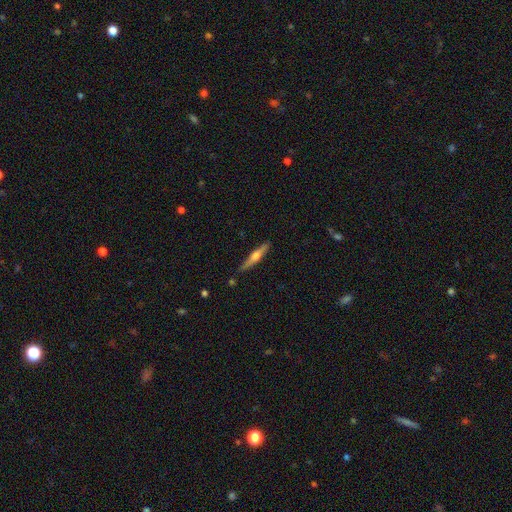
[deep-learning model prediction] A featured or disk galaxy (65%) viewed edge-on (97%) with a rounded central bulge (91%).

Vote fractions:
- Smooth or featured? featured or disk: 65% / smooth: 29% / star or artifact: 5%
- Edge-on disk? yes: 97% / no: 3%
- Edge-on bulge? rounded: 91% / boxy: 5% / none: 5%
- Merging? none: 87% / minor disturbance: 9% / merger: 2% / major disturbance: 2%